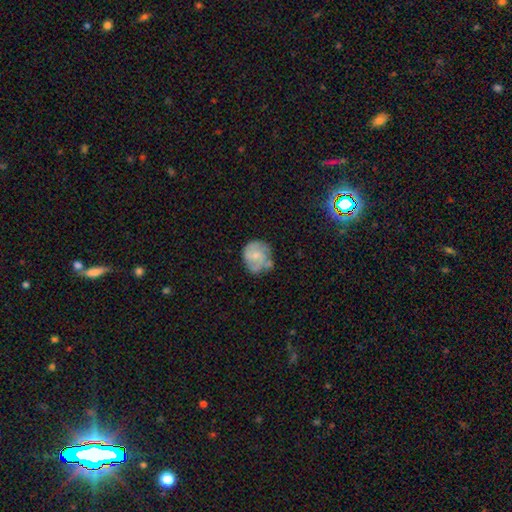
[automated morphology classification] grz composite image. It shows a featured or disk galaxy (48%). Merging: none (49%).